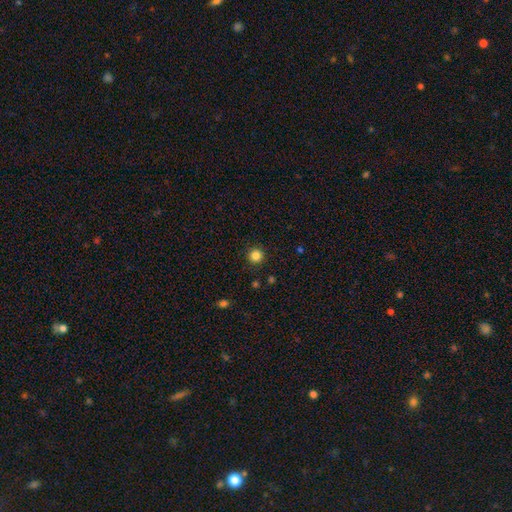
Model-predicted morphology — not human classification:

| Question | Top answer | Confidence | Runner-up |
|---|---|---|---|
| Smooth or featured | smooth | 84% | star or artifact (12%) |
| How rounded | round | 96% | in between (3%) |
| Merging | none | 91% | minor disturbance (5%) |